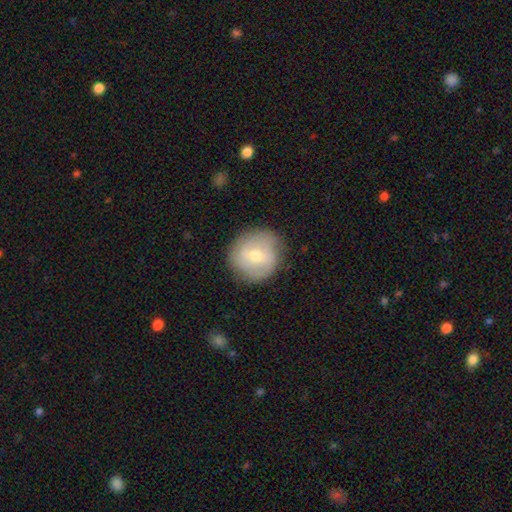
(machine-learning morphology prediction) smooth-or-featured: featured or disk: 46% (tied) | smooth: 46% (tied) | star or artifact: 8%
  merging: none: 81% | minor disturbance: 14% | major disturbance: 4% | merger: 1%